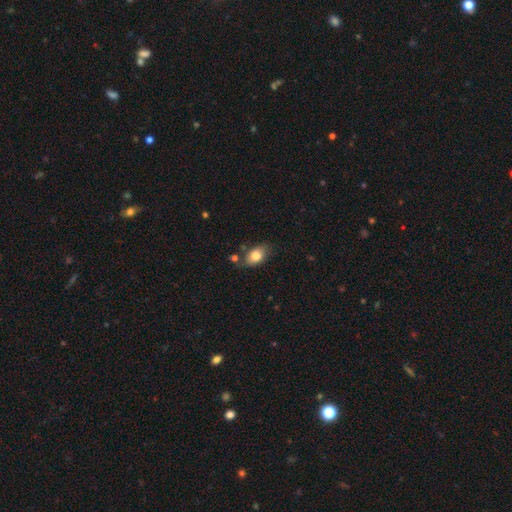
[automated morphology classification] Smooth or featured? smooth (81%)
How rounded? in between (86%)
Merging? none (72%)